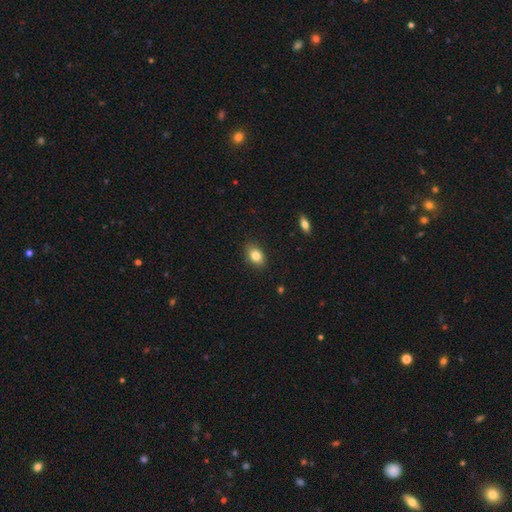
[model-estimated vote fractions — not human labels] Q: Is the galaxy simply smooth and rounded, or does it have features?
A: smooth — 83%.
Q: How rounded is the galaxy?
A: in between — 79%.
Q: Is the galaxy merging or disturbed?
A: none — 85%.